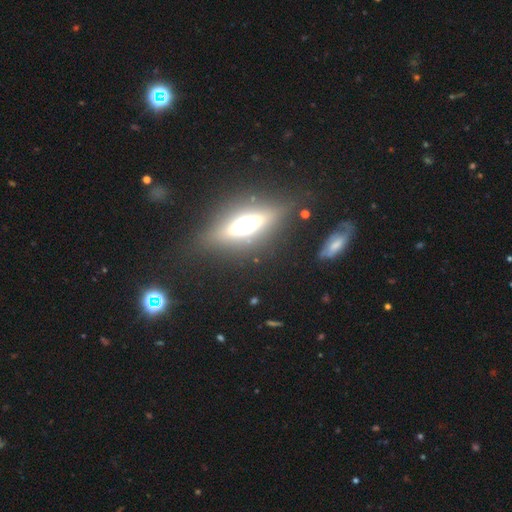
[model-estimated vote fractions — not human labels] Smooth or featured?
  - featured or disk: 61% *
  - smooth: 26%
  - star or artifact: 13%
Edge-on disk?
  - yes: 87% *
  - no: 13%
Edge-on bulge?
  - rounded: 74% *
  - boxy: 19%
  - none: 7%
Merging?
  - none: 79% *
  - minor disturbance: 13%
  - major disturbance: 5%
  - merger: 3%